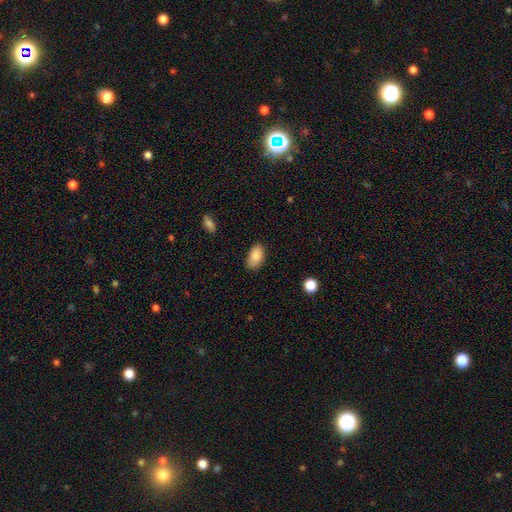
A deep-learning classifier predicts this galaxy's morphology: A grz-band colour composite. It shows a smooth galaxy with no disk features (86%) that is in between round and cigar-shaped (94%). Merging: none (82%).